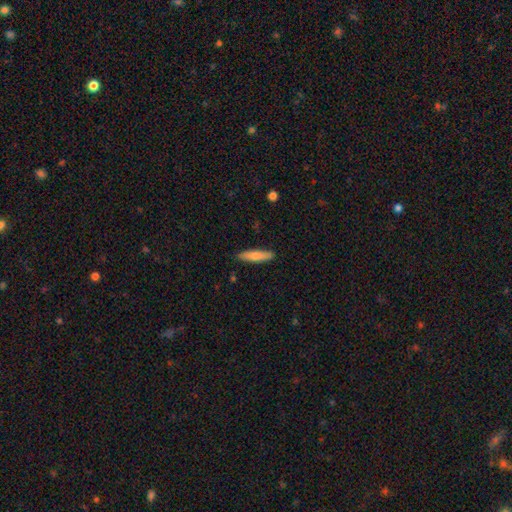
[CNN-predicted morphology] smooth 76%, featured or disk 18%, star or artifact 6%. Down the decision tree: how rounded — cigar-shaped (81%); merging — none (88%).